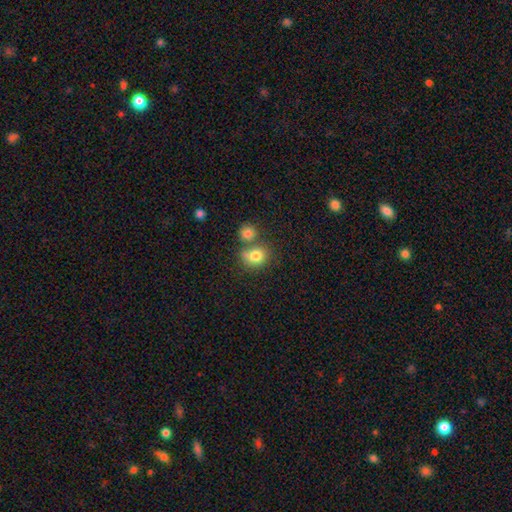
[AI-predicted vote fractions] A smooth galaxy with no disk features (79%) that is round (71%).

Vote fractions:
- Smooth or featured? smooth: 79% / star or artifact: 11% / featured or disk: 10%
- How rounded? round: 71% / in between: 28% / cigar-shaped: 1%
- Merging? none: 48% / merger: 35% / minor disturbance: 12% / major disturbance: 5%